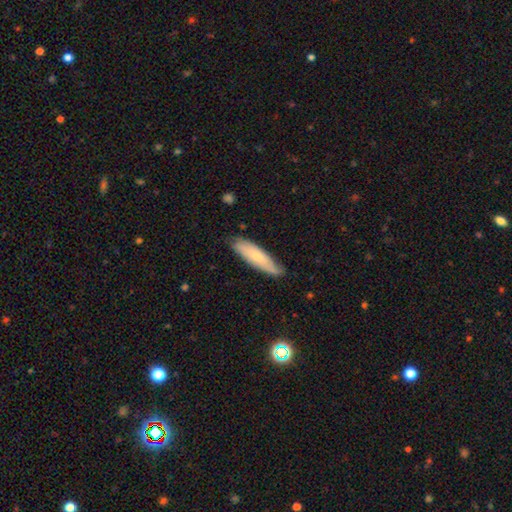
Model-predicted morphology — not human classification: Overall: smooth (62%; featured or disk 30%). How rounded: cigar-shaped (69%; in between 30%). Merging: none (77%).